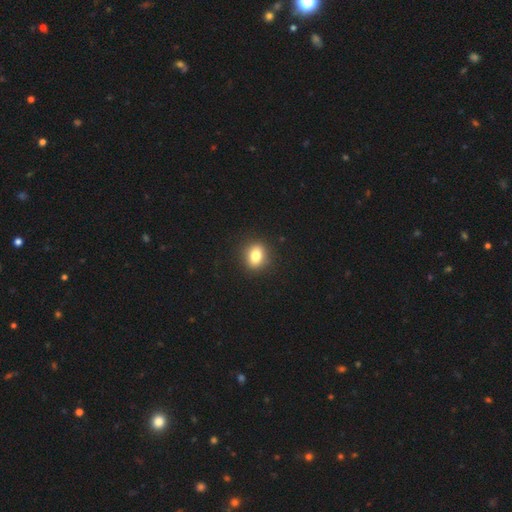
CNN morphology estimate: Q: Smooth or featured?
A: smooth (81%); runner-up: star or artifact (10%)
Q: How rounded?
A: in between (52%); runner-up: round (46%)
Q: Merging?
A: none (90%); runner-up: minor disturbance (7%)